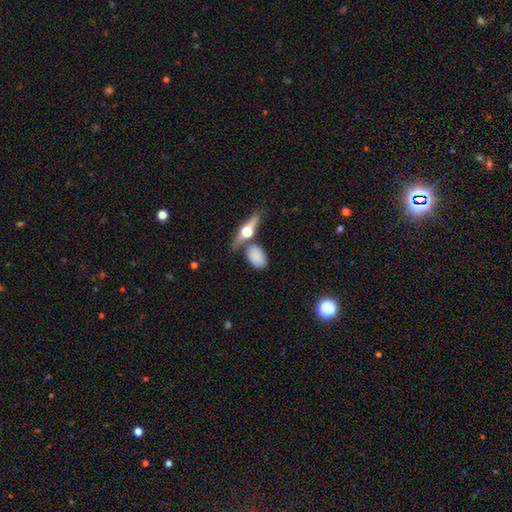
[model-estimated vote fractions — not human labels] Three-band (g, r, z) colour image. It shows a smooth galaxy with no disk features (77%) that is in between round and cigar-shaped (84%). Merging: none (57%).